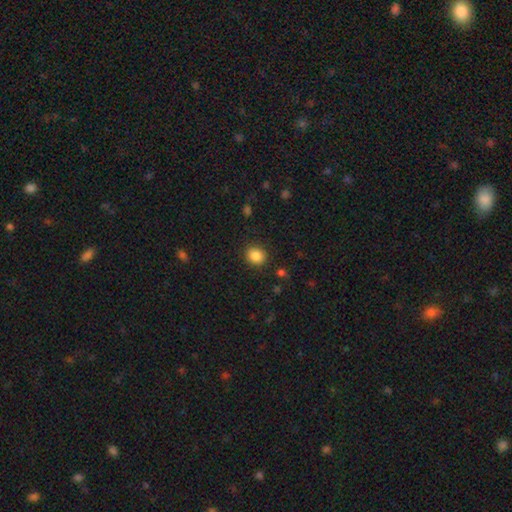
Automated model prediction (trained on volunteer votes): A smooth galaxy with no disk features (86%) that is round (67%).

Vote fractions:
- Smooth or featured? smooth: 86% / star or artifact: 10% / featured or disk: 4%
- How rounded? round: 67% / in between: 32% / cigar-shaped: 1%
- Merging? none: 88% / minor disturbance: 8% / major disturbance: 3% / merger: 1%